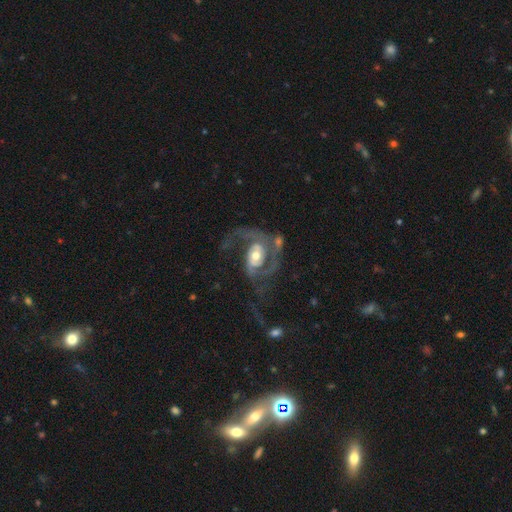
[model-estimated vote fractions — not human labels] Smooth or featured?
  - featured or disk: 87% *
  - smooth: 8%
  - star or artifact: 5%
Edge-on disk?
  - no: 98% *
  - yes: 2%
Bar?
  - no: 58% *
  - weak: 31%
  - strong: 11%
Spiral arms?
  - yes: 94% *
  - no: 6%
Spiral winding?
  - medium: 48% *
  - loose: 32%
  - tight: 20%
Spiral arm count?
  - 2: 74% *
  - 1: 8%
  - 3: 7%
  - can't tell: 6%
  - 4: 2%
  - more than 4: 2%
Bulge size?
  - moderate: 68% *
  - small: 16%
  - large: 13%
  - dominant: 1%
  - none: 1%
Merging?
  - major disturbance: 36% * (tied)
  - none: 36% * (tied)
  - minor disturbance: 16%
  - merger: 11%